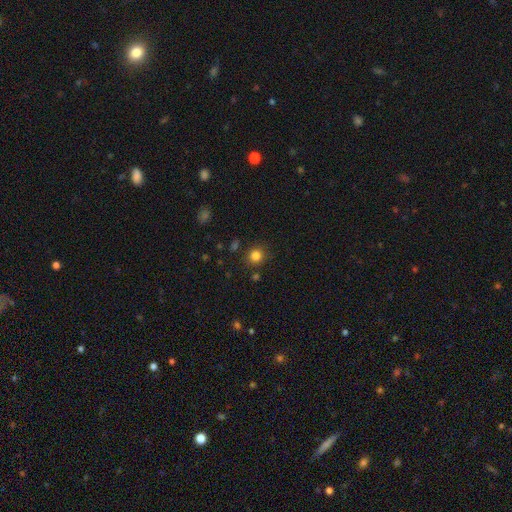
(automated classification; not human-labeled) Smooth or featured: smooth — 82% (star or artifact — 13%)
How rounded: round — 89% (in between — 10%)
Merging: none — 86% (minor disturbance — 8%)